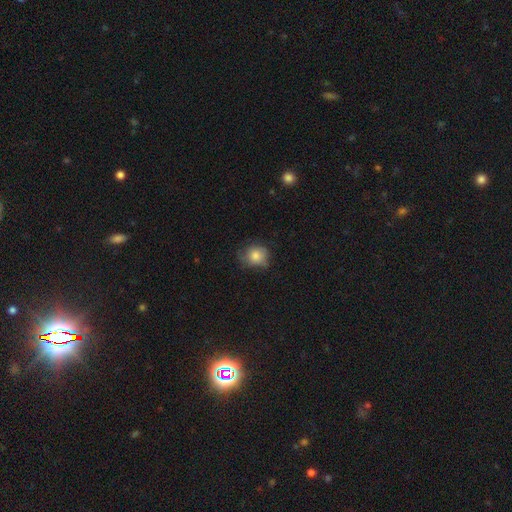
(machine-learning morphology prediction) smooth-or-featured: smooth: 78% | featured or disk: 13% | star or artifact: 9%
  how-rounded: round: 73% | in between: 27% | cigar-shaped: 1%
  merging: none: 61% | minor disturbance: 29% | major disturbance: 9% | merger: 1%